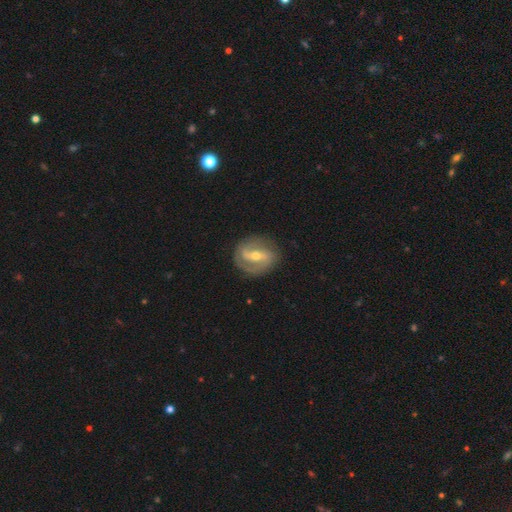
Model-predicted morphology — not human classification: Smooth or featured: featured or disk — 84% (smooth — 11%)
Edge-on disk: no — 96% (yes — 4%)
Bar: strong — 47% (weak — 37%)
Spiral arms: yes — 91% (no — 9%)
Spiral winding: medium — 44% (tight — 38%)
Spiral arm count: 2 — 83% (can't tell — 7%)
Bulge size: moderate — 56% (small — 41%)
Merging: none — 81% (minor disturbance — 13%)